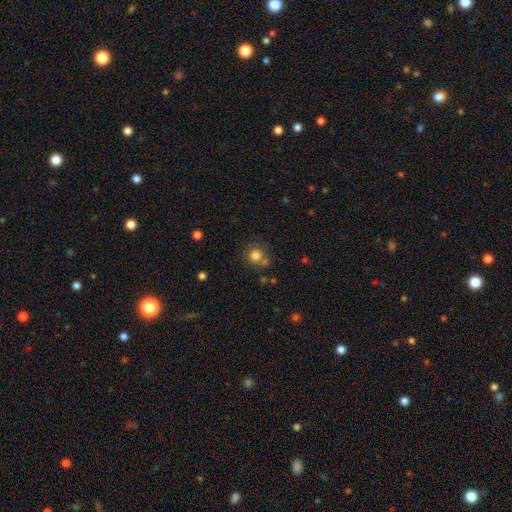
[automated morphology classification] type=smooth (81%); roundness=round (91%); merging=none (71%).